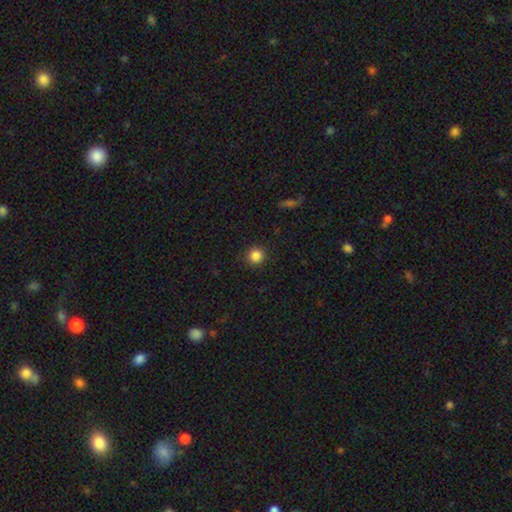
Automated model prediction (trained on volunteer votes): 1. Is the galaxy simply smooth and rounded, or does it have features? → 85% smooth, 11% star or artifact, 4% featured or disk.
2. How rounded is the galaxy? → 94% round, 5% in between, 1% cigar-shaped.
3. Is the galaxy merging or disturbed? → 92% none, 5% minor disturbance, 2% major disturbance, 1% merger.